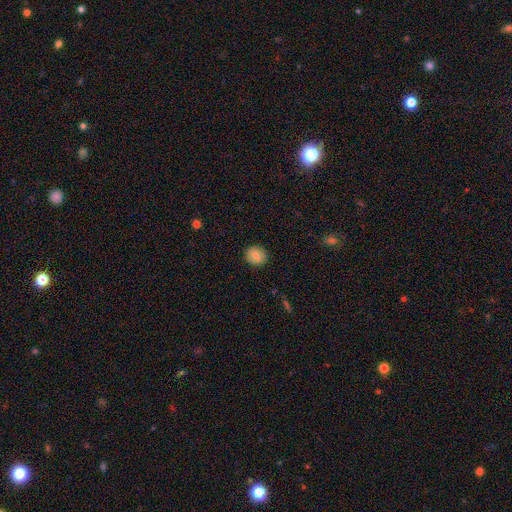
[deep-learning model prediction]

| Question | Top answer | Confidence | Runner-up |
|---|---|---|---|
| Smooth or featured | smooth | 82% | featured or disk (9%) |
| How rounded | round | 83% | in between (16%) |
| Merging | none | 91% | minor disturbance (7%) |